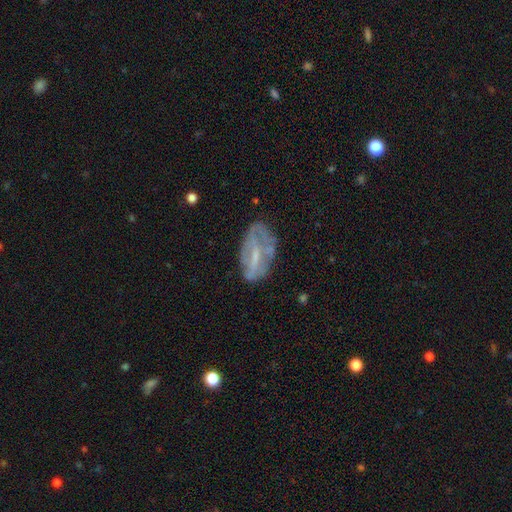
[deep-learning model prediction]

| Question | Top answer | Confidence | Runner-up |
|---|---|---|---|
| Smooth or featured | featured or disk | 58% | smooth (32%) |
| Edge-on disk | no | 91% | yes (9%) |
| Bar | weak | 39% | tied: no (39%) |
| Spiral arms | no | 60% | yes (40%) |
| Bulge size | small | 43% | none (31%) |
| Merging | none | 51% | minor disturbance (26%) |